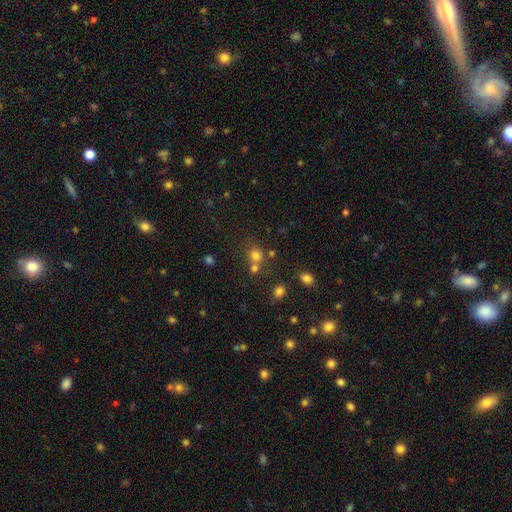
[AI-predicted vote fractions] Morphology: type=smooth (75%); roundness=round (83%); merging=none (55%).